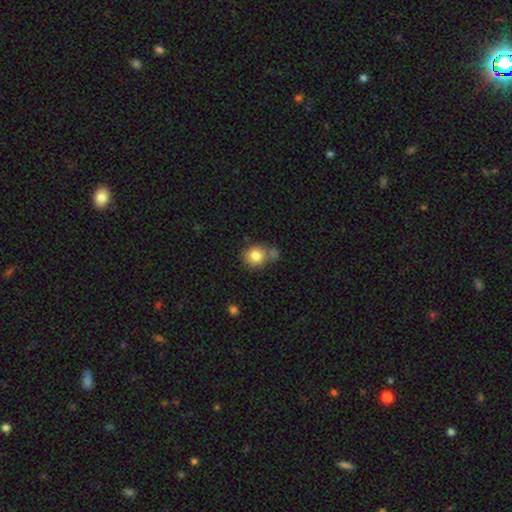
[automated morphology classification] Q: Smooth or featured?
A: smooth (82%); runner-up: star or artifact (9%)
Q: How rounded?
A: round (82%); runner-up: in between (17%)
Q: Merging?
A: none (53%); runner-up: merger (26%)